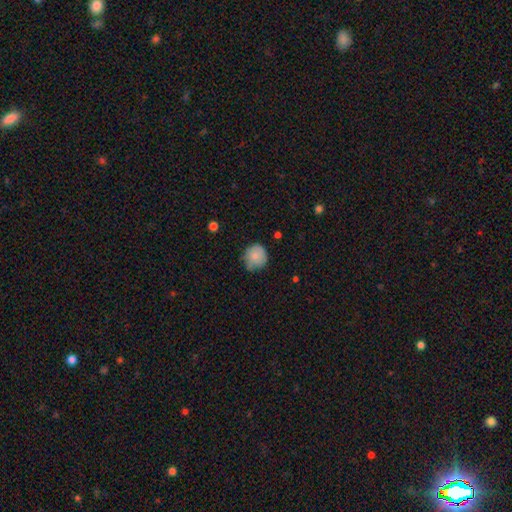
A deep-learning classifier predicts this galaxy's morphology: smooth 80%, featured or disk 12%, star or artifact 8%. Down the decision tree: how rounded — round (85%); merging — none (61%).